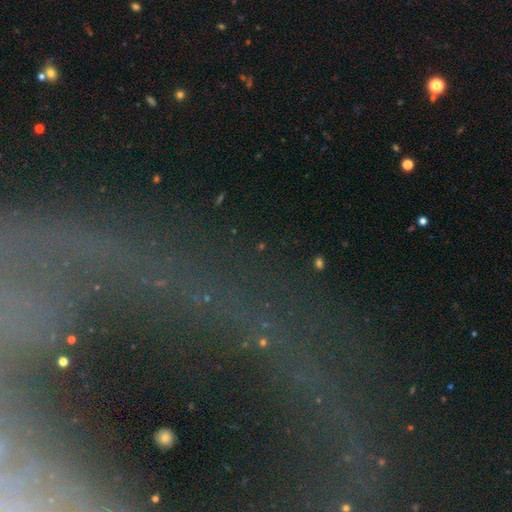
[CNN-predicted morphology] This appears to be a star or artifact, not a galaxy (46%).